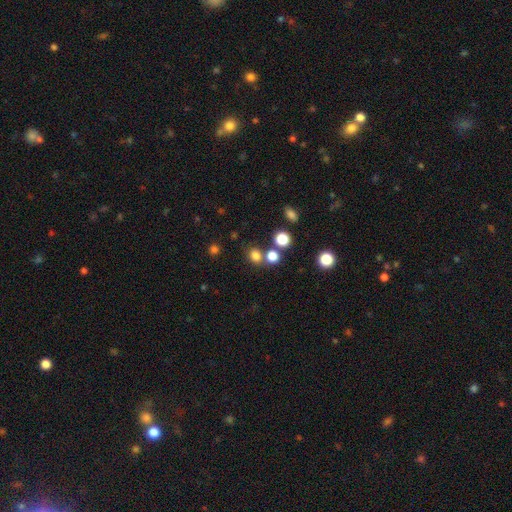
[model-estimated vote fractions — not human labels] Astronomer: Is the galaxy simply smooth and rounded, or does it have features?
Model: smooth — 77%.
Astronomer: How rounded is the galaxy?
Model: round — 70%.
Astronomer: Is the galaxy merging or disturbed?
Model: none — 67%.